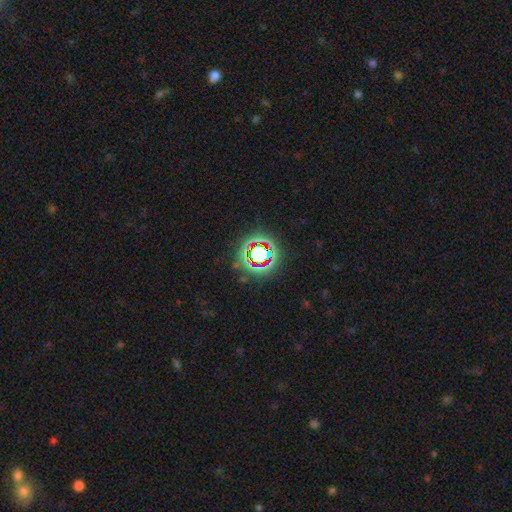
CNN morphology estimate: Smooth or featured? star or artifact (75%)